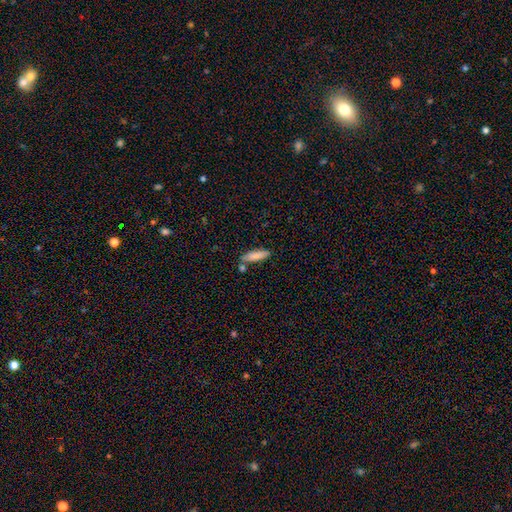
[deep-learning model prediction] Smooth or featured?
  - smooth: 84% *
  - featured or disk: 10%
  - star or artifact: 7%
How rounded?
  - cigar-shaped: 65% *
  - in between: 33%
  - round: 2%
Merging?
  - none: 71% *
  - minor disturbance: 14%
  - merger: 13%
  - major disturbance: 3%